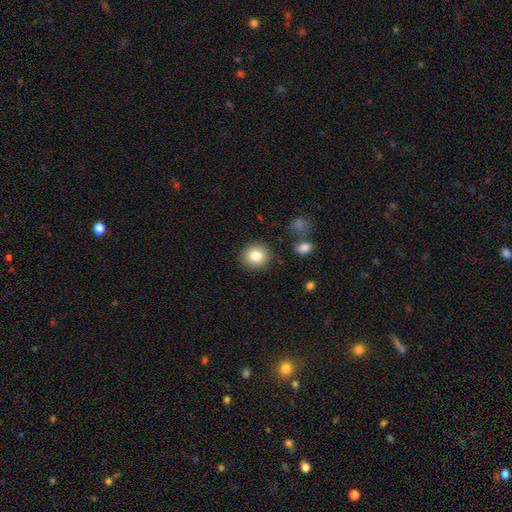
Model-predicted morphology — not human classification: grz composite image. It shows a smooth galaxy with no disk features (82%) that is round (83%). Merging: none (88%).